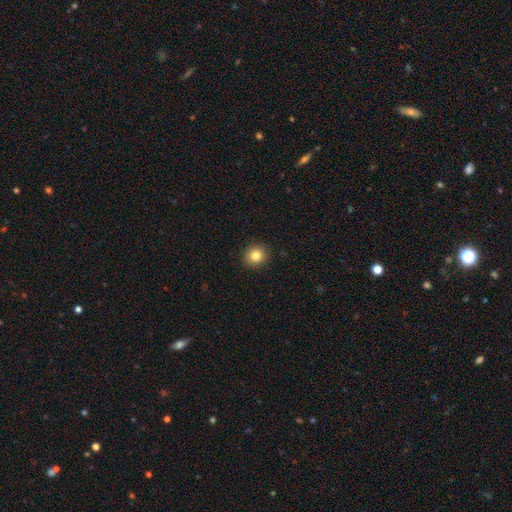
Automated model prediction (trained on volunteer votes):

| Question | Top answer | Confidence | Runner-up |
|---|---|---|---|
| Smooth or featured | smooth | 83% | star or artifact (10%) |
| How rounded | round | 88% | in between (11%) |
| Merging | none | 92% | minor disturbance (5%) |